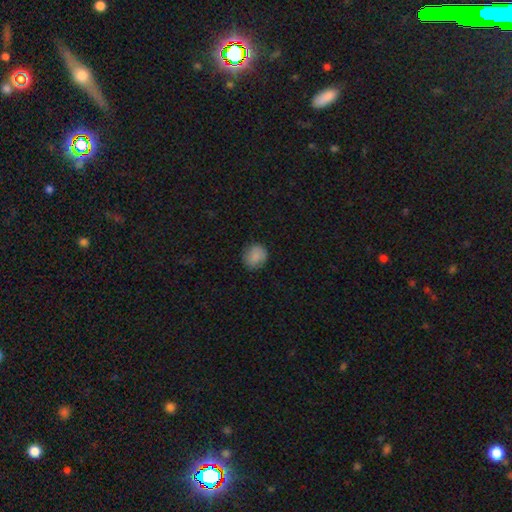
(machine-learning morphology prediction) Smooth or featured?
  - smooth: 86% *
  - star or artifact: 8%
  - featured or disk: 5%
How rounded?
  - round: 79% *
  - in between: 20%
  - cigar-shaped: 1%
Merging?
  - none: 83% *
  - minor disturbance: 13%
  - major disturbance: 3%
  - merger: 1%